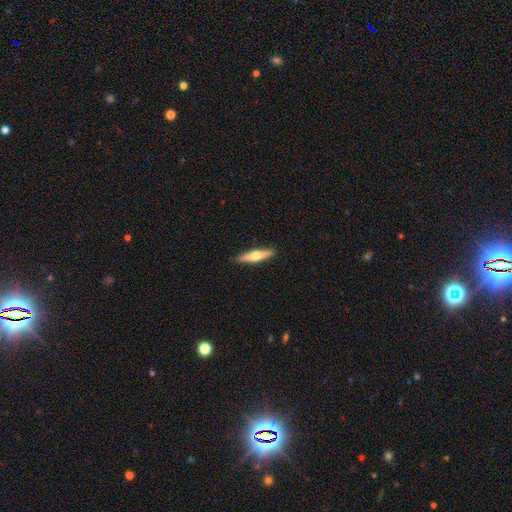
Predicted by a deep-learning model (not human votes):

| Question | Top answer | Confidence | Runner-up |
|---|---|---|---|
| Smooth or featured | smooth | 49% | featured or disk (46%) |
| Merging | none | 91% | minor disturbance (7%) |